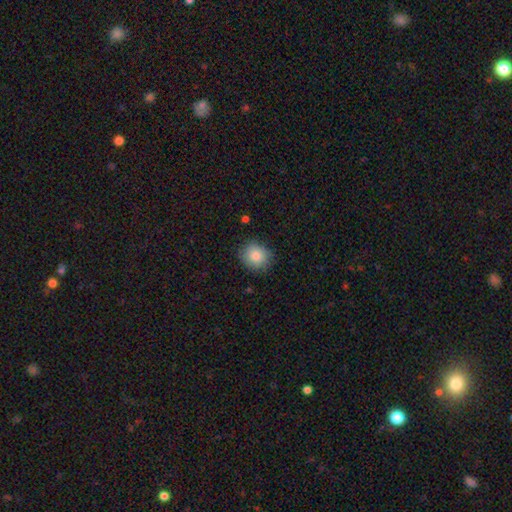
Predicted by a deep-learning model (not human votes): Q: Smooth or featured?
A: smooth (84%); runner-up: star or artifact (8%)
Q: How rounded?
A: round (75%); runner-up: in between (24%)
Q: Merging?
A: none (82%); runner-up: minor disturbance (14%)